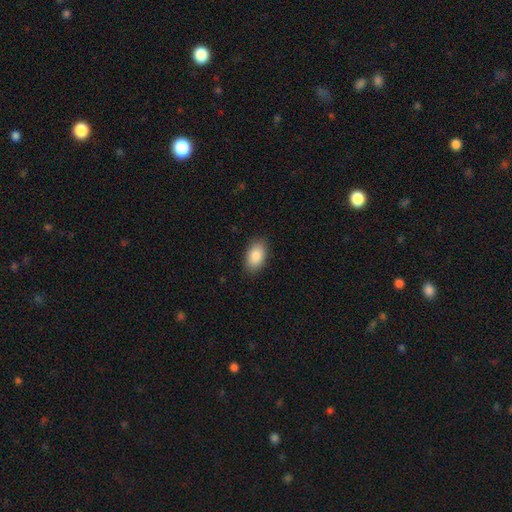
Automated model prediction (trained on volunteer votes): Morphology: type=smooth (88%); roundness=in between (94%); merging=none (88%).